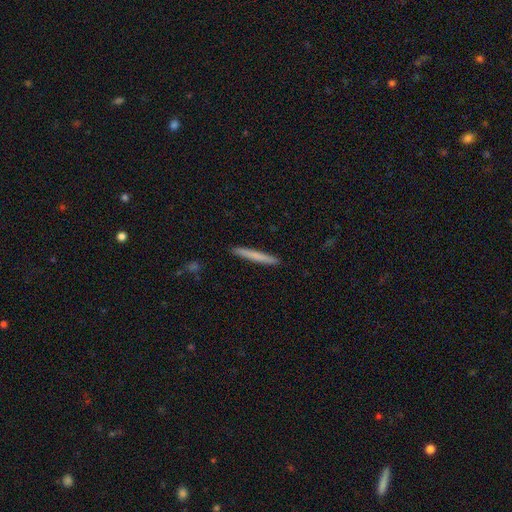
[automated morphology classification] Q: Smooth or featured?
A: smooth (72%); runner-up: featured or disk (23%)
Q: How rounded?
A: cigar-shaped (97%); runner-up: in between (2%)
Q: Merging?
A: none (92%); runner-up: minor disturbance (6%)